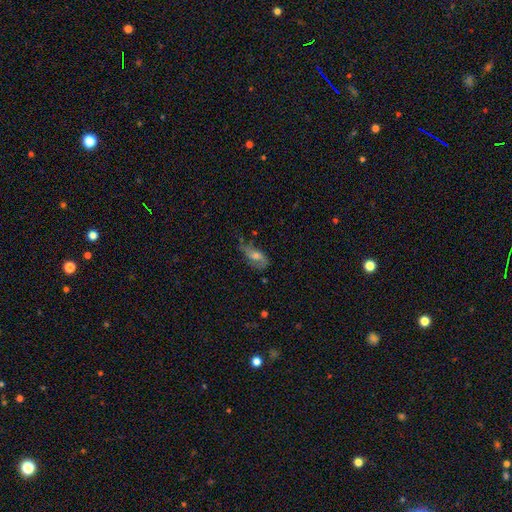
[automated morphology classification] This appears to be a featured or disk galaxy (46%). Merging: none (48%).